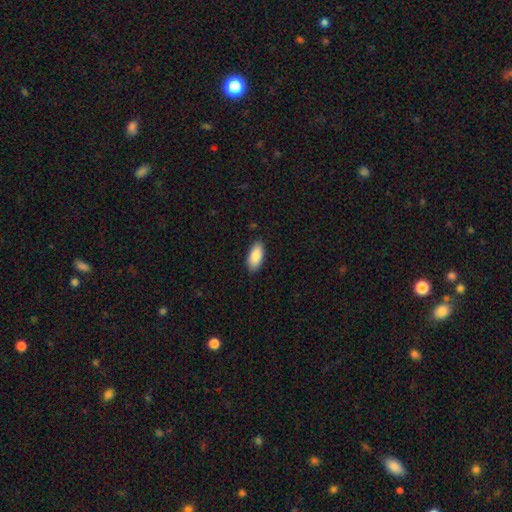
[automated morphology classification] smooth-or-featured: smooth: 89% | star or artifact: 6% | featured or disk: 6%
  how-rounded: in between: 90% | cigar-shaped: 8% | round: 2%
  merging: none: 86% | minor disturbance: 11% | major disturbance: 2% | merger: 1%